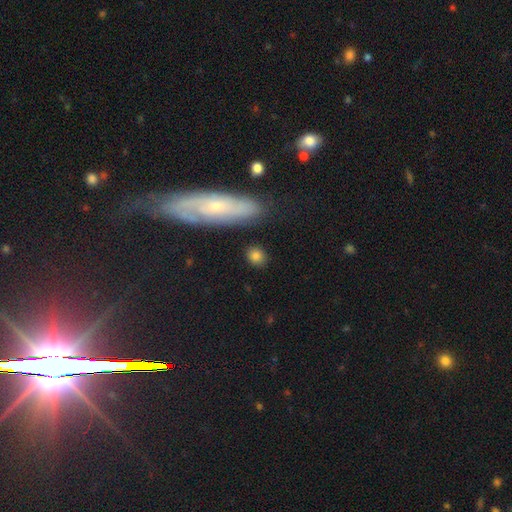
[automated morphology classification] smooth-or-featured: smooth: 82% | star or artifact: 9% | featured or disk: 9%
  how-rounded: round: 67% | in between: 29% | cigar-shaped: 4%
  merging: none: 85% | minor disturbance: 9% | merger: 3% | major disturbance: 3%